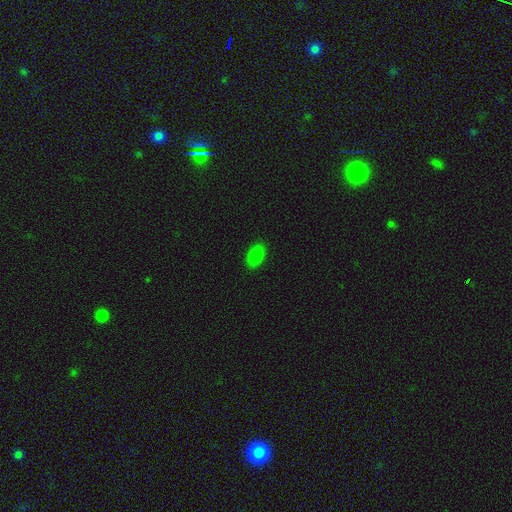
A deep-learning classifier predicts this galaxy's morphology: A smooth galaxy with no disk features (84%) that is in between round and cigar-shaped (92%). Merging: none (88%).